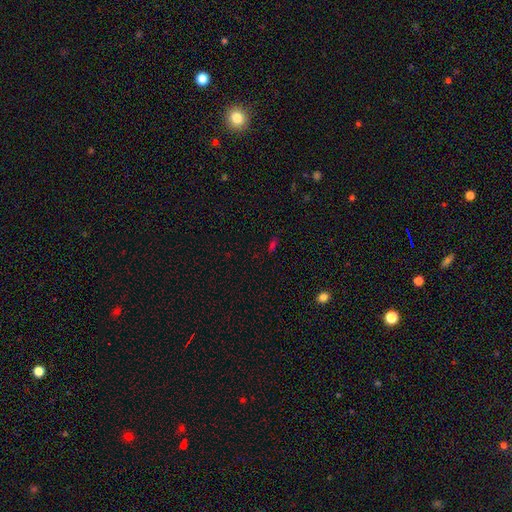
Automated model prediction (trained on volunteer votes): smooth-or-featured: star or artifact: 49% | smooth: 42% | featured or disk: 9%